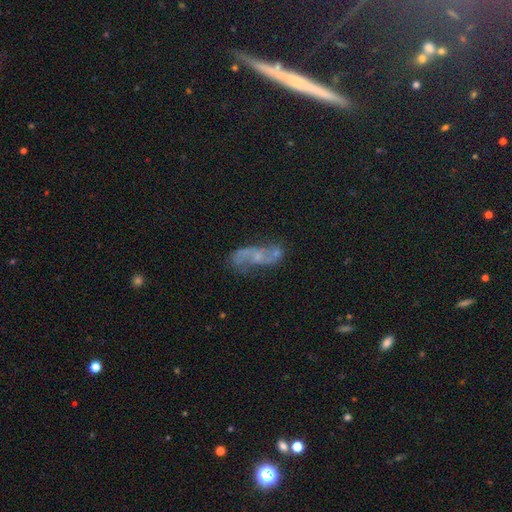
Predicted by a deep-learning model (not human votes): Q: Smooth or featured?
A: featured or disk (70%); runner-up: smooth (18%)
Q: Edge-on disk?
A: no (93%); runner-up: yes (7%)
Q: Bar?
A: no (61%); runner-up: weak (32%)
Q: Spiral arms?
A: yes (82%); runner-up: no (18%)
Q: Spiral winding?
A: loose (69%); runner-up: medium (23%)
Q: Spiral arm count?
A: 2 (86%); runner-up: can't tell (7%)
Q: Bulge size?
A: small (52%); runner-up: none (30%)
Q: Merging?
A: none (53%); runner-up: minor disturbance (20%)